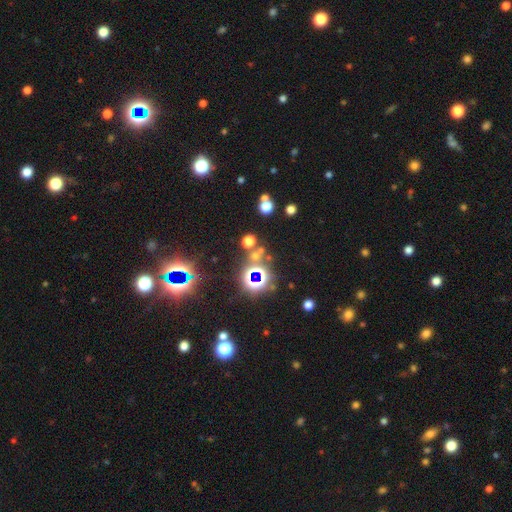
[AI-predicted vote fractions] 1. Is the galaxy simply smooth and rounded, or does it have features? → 63% star or artifact, 29% smooth, 8% featured or disk.